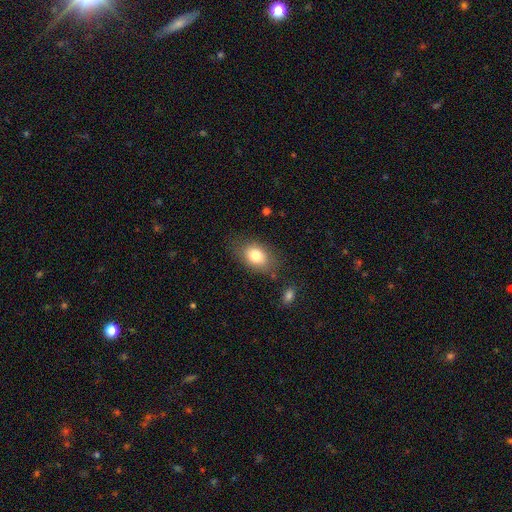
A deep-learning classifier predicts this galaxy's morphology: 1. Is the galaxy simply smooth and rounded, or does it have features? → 80% smooth, 11% featured or disk, 9% star or artifact.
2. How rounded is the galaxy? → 81% in between, 18% round, 1% cigar-shaped.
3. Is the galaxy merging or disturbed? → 75% none, 16% minor disturbance, 5% major disturbance, 3% merger.